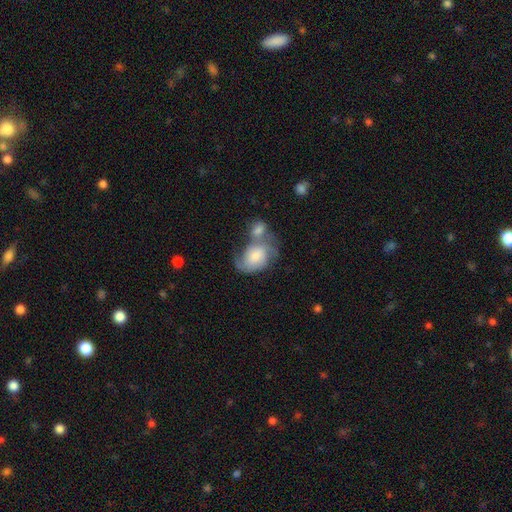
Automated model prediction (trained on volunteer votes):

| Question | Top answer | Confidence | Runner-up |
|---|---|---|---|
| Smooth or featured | smooth | 51% | featured or disk (42%) |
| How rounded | in between | 72% | round (27%) |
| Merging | merger | 54% | none (19%) |